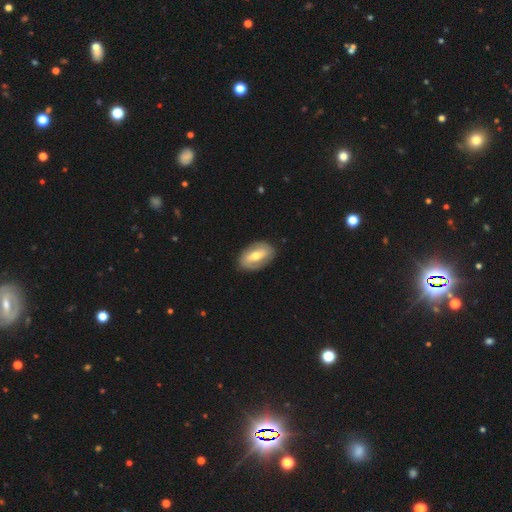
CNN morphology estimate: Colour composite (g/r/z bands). It shows a featured or disk galaxy (58%) with a strong bar (40%), spiral arms (58%) and a moderate central bulge (69%). Merging: none (84%).